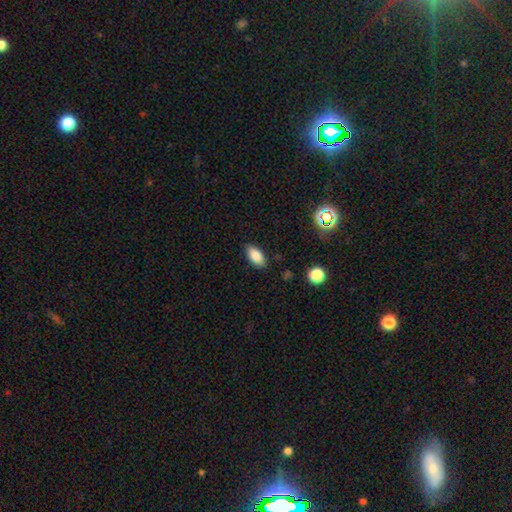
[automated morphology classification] Smooth or featured?
  - smooth: 85% *
  - star or artifact: 8%
  - featured or disk: 7%
How rounded?
  - in between: 91% *
  - cigar-shaped: 6%
  - round: 3%
Merging?
  - none: 86% *
  - minor disturbance: 11%
  - major disturbance: 2%
  - merger: 1%